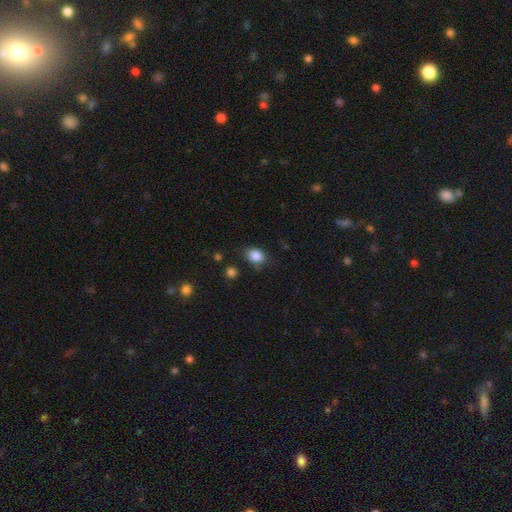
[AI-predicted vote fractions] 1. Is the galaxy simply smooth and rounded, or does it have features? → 85% smooth, 10% star or artifact, 5% featured or disk.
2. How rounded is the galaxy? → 62% in between, 37% round, 1% cigar-shaped.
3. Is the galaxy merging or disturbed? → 76% none, 17% minor disturbance, 4% major disturbance, 3% merger.